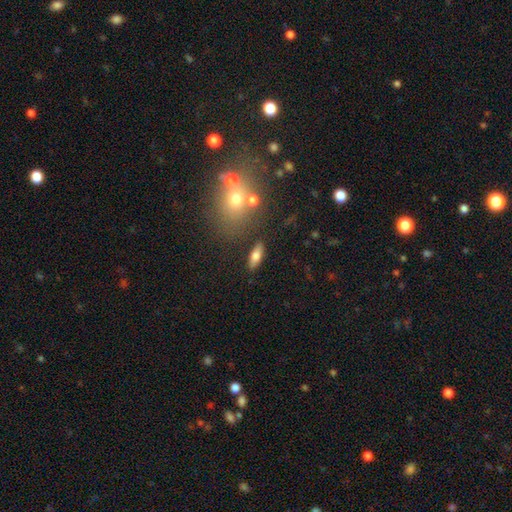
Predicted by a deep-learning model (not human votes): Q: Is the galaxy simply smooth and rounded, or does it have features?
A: smooth — 69%.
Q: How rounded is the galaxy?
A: in between — 66%.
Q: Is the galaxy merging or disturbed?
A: none — 84%.